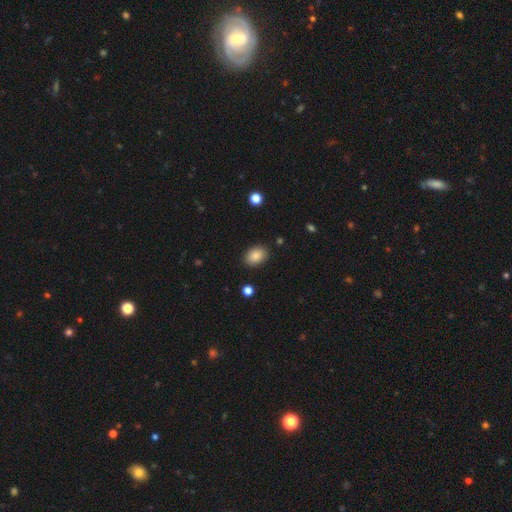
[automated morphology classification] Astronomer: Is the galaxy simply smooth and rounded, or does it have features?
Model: smooth — 87%.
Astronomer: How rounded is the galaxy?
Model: in between — 77%.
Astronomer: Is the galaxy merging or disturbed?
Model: none — 87%.